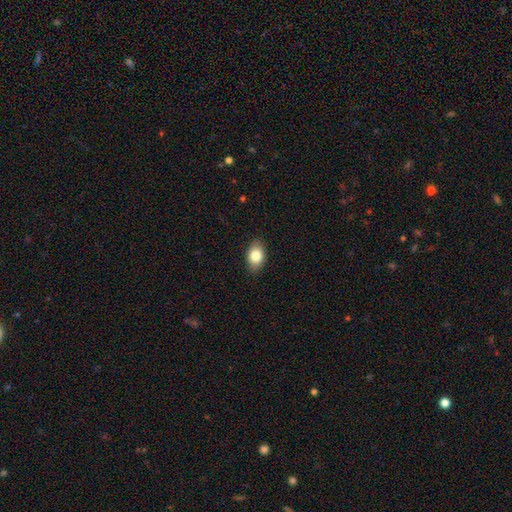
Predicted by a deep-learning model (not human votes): smooth_or_featured: smooth (p=0.83) [alt: featured or disk p=0.10]
how_rounded: in between (p=0.86) [alt: round p=0.13]
merging: none (p=0.87) [alt: minor disturbance p=0.10]